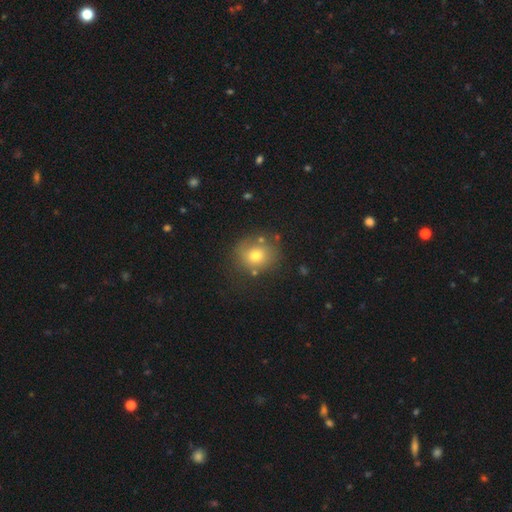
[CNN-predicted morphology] Smooth or featured? Predicted: smooth (p=0.70). How rounded? Predicted: round (p=0.79). Merging? Predicted: none (p=0.70).